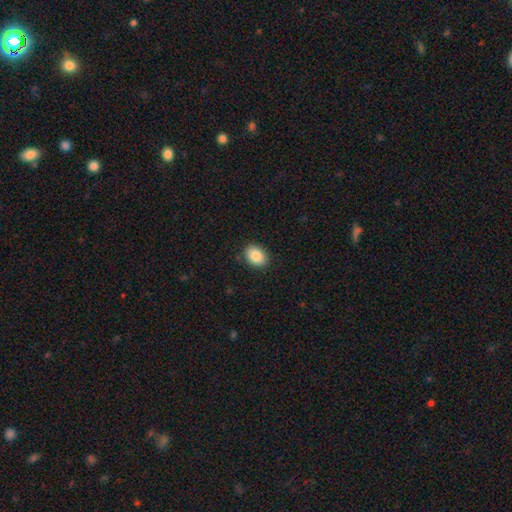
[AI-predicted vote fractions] Smooth or featured: smooth — 87% (star or artifact — 7%)
How rounded: in between — 79% (round — 20%)
Merging: none — 88% (minor disturbance — 9%)